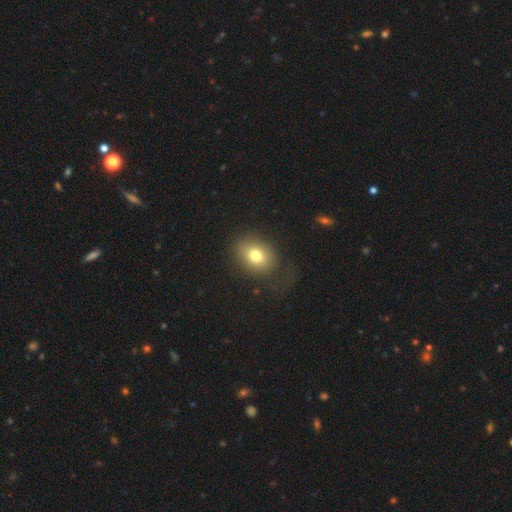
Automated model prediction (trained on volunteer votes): The model was most divided on "how rounded": in between: 55%, round: 44%, cigar-shaped: 1%. More confident: smooth or featured — smooth (76%); merging — none (68%).